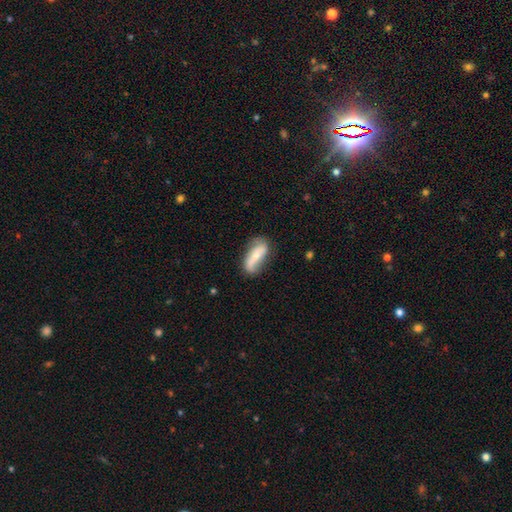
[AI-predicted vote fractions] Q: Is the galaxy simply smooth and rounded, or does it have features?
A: featured or disk — 48%.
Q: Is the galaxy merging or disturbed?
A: none — 60%.